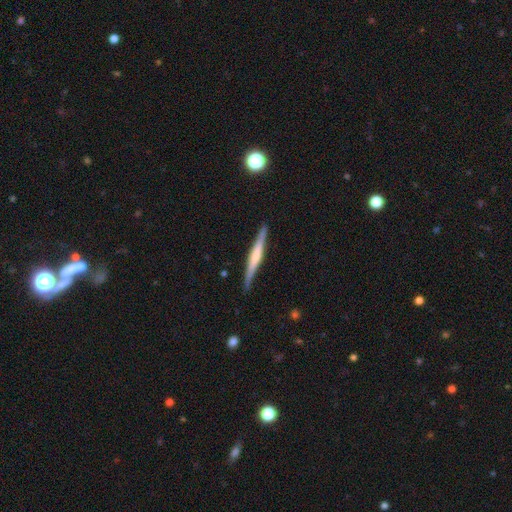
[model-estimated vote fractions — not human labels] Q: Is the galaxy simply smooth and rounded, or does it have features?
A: featured or disk — 69%.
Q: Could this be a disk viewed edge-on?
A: yes — 98%.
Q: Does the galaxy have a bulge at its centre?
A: rounded — 53%.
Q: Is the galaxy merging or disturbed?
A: none — 90%.